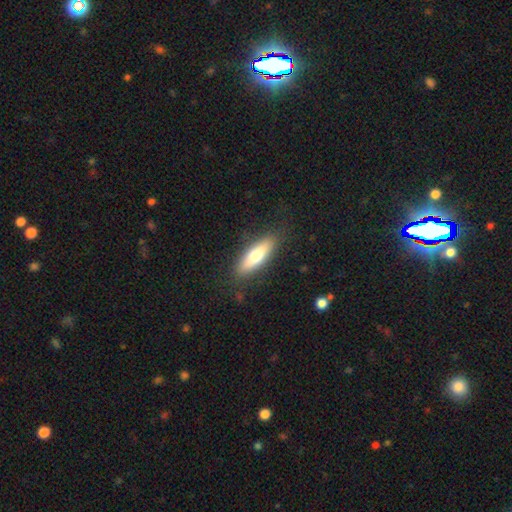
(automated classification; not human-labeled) This is likely a smooth galaxy (66%). How rounded: possibly cigar-shaped (51%). Merging: clearly none (85%).